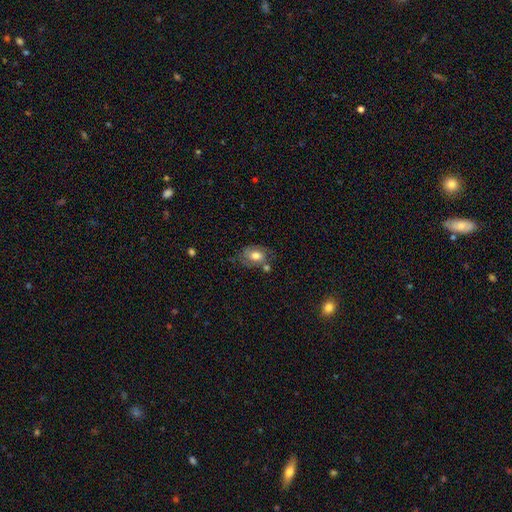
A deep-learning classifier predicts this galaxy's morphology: Smooth or featured? smooth (57%)
How rounded? in between (75%)
Merging? none (50%)